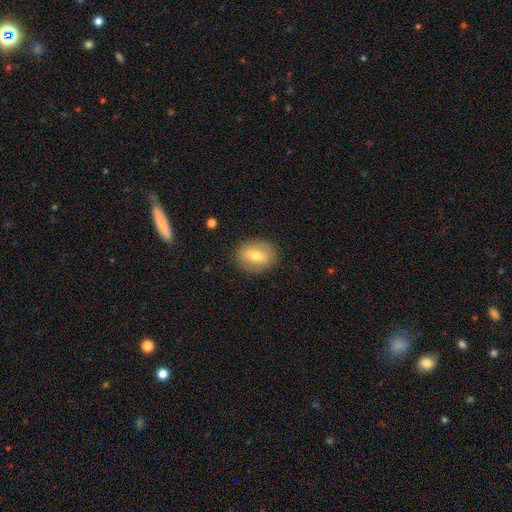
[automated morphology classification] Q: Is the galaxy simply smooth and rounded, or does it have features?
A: smooth — 66%.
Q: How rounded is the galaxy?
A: in between — 61%.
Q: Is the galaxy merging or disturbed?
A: none — 86%.